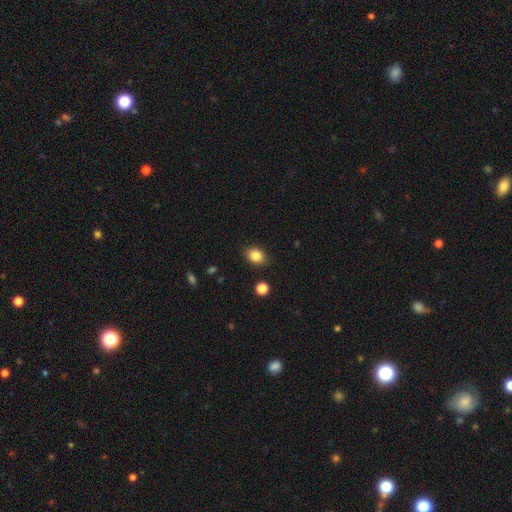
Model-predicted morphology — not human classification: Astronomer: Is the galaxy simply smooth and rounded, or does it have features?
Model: smooth — 85%.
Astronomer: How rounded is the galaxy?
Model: in between — 64%.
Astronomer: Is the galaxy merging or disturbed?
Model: none — 86%.